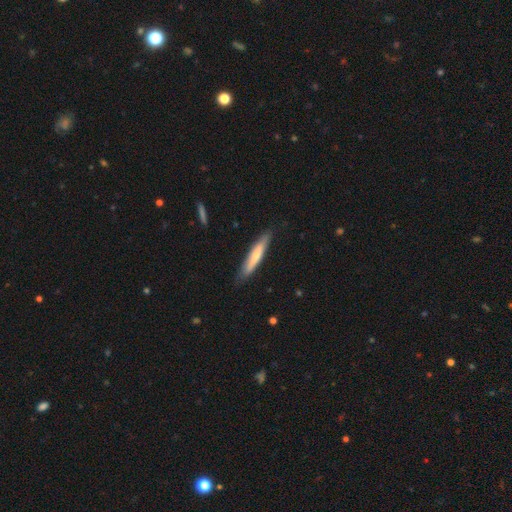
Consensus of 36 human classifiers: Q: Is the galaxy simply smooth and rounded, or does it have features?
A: smooth — 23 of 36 (64%).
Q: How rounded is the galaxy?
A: cigar-shaped — 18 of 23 (78%).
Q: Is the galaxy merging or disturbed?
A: none — 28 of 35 (80%).